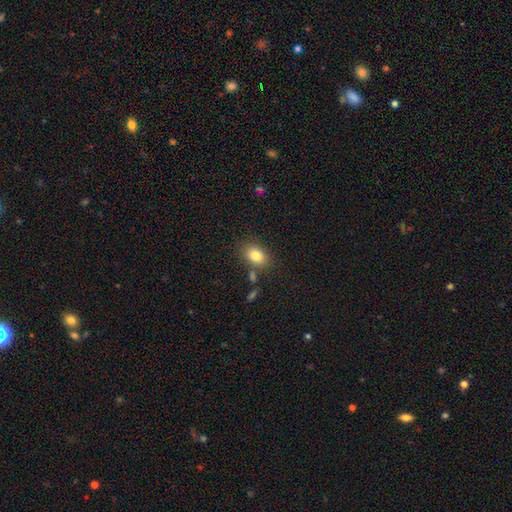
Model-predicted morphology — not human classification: type=smooth (81%); roundness=in between (77%); merging=none (76%).